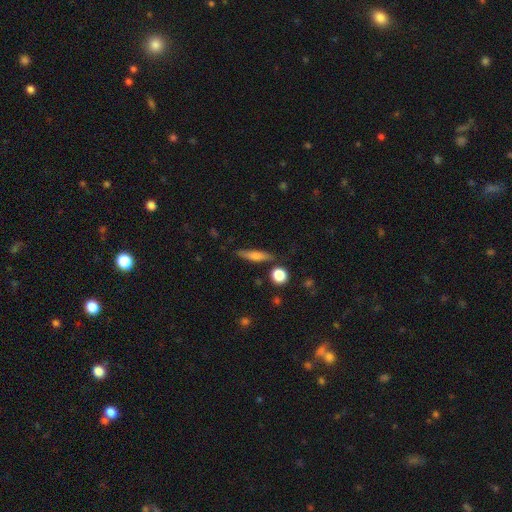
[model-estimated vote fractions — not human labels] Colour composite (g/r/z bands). It shows a smooth galaxy with no disk features (59%) that is cigar-shaped (74%). Merging: none (80%).